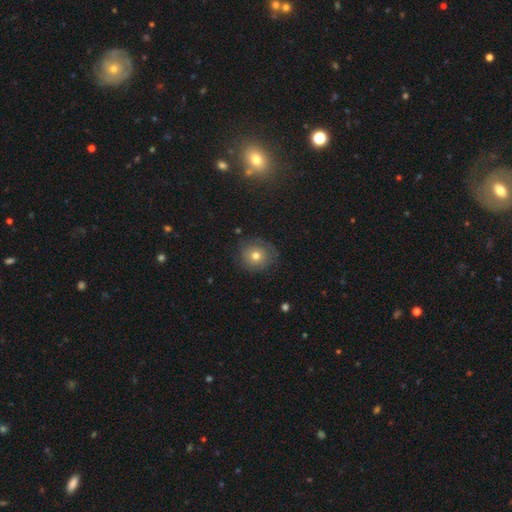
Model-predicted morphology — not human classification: Smooth or featured? smooth (68%)
How rounded? round (87%)
Merging? none (78%)